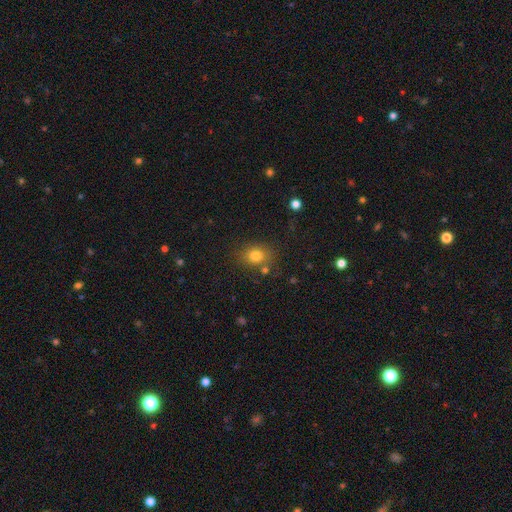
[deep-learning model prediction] Smooth or featured?
  - smooth: 78% *
  - star or artifact: 14%
  - featured or disk: 8%
How rounded?
  - round: 56% *
  - in between: 43%
  - cigar-shaped: 1%
Merging?
  - none: 77% *
  - minor disturbance: 12%
  - merger: 7%
  - major disturbance: 4%